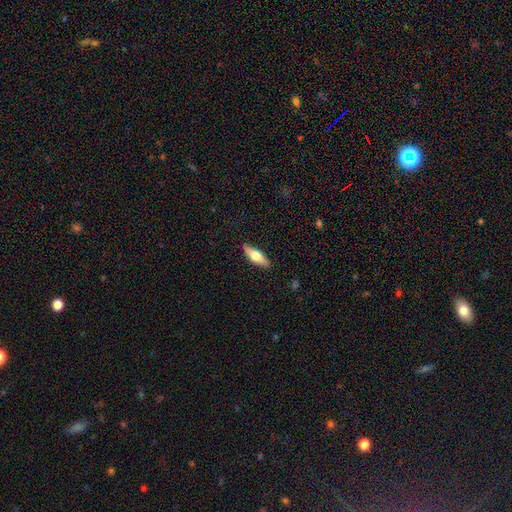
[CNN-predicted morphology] Smooth or featured? featured or disk (47%, tied with smooth)
Merging? none (89%)